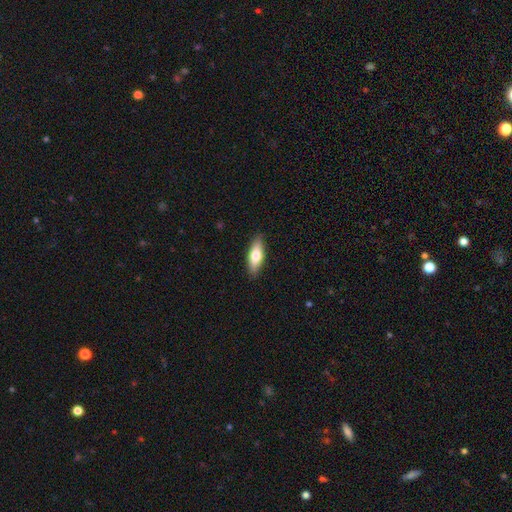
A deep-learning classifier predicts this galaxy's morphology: Smooth or featured? Predicted: smooth (p=0.70). How rounded? Predicted: in between (p=0.63). Merging? Predicted: none (p=0.89).